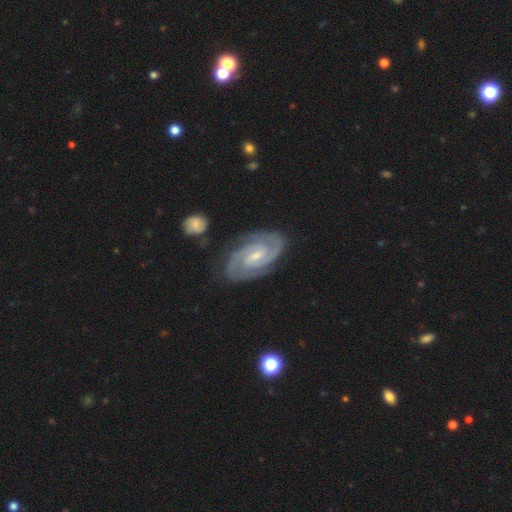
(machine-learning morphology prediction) Smooth or featured: featured or disk — 90% (smooth — 5%)
Edge-on disk: no — 97% (yes — 3%)
Bar: weak — 48% (no — 31%)
Spiral arms: yes — 98% (no — 2%)
Spiral winding: tight — 64% (medium — 32%)
Spiral arm count: 2 — 82% (3 — 9%)
Bulge size: small — 67% (moderate — 27%)
Merging: none — 82% (minor disturbance — 13%)